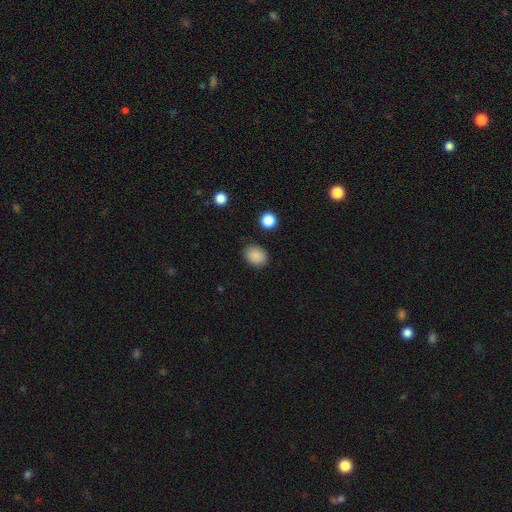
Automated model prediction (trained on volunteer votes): smooth_or_featured: smooth (p=0.87) [alt: star or artifact p=0.09]
how_rounded: in between (p=0.54) [alt: round p=0.45]
merging: none (p=0.86) [alt: minor disturbance p=0.10]